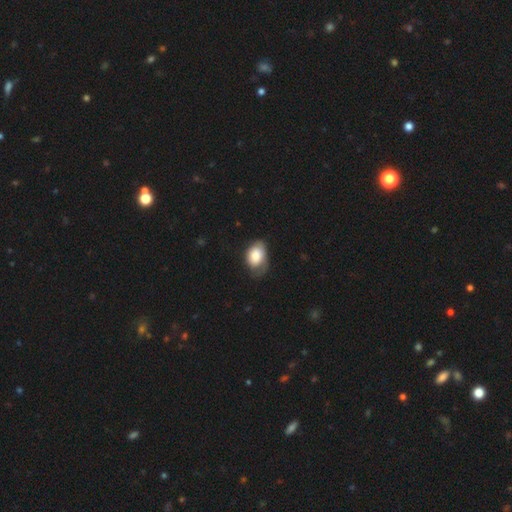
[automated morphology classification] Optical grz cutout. It shows a smooth galaxy with no disk features (79%) that is in between round and cigar-shaped (82%). Merging: none (42%).